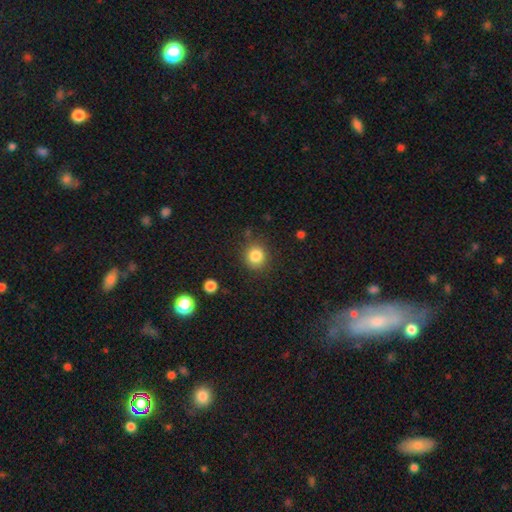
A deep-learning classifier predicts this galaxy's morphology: Smooth or featured? Predicted: smooth (p=0.84). How rounded? Predicted: round (p=0.88). Merging? Predicted: none (p=0.85).